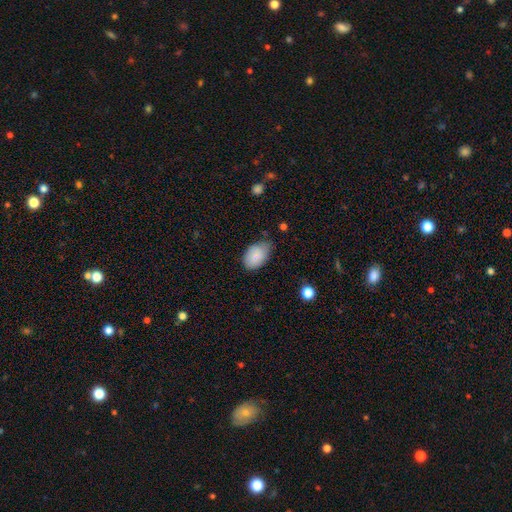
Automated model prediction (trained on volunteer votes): smooth-or-featured: smooth: 84% | featured or disk: 9% | star or artifact: 7%
  how-rounded: in between: 90% | round: 9% | cigar-shaped: 1%
  merging: none: 64% | minor disturbance: 29% | major disturbance: 5% | merger: 2%